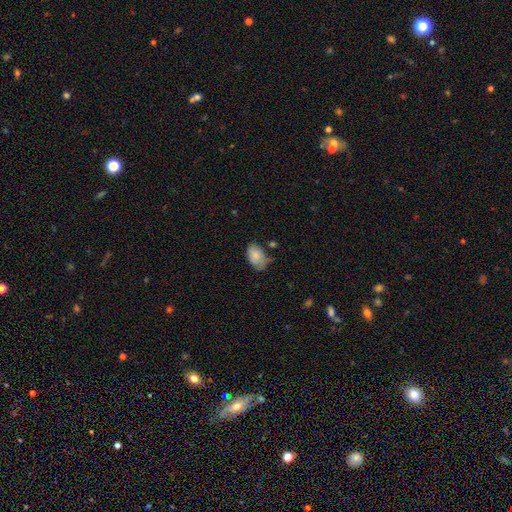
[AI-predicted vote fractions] smooth 81%, featured or disk 12%, star or artifact 7%. Down the decision tree: how rounded — in between (88%); merging — none (52%).